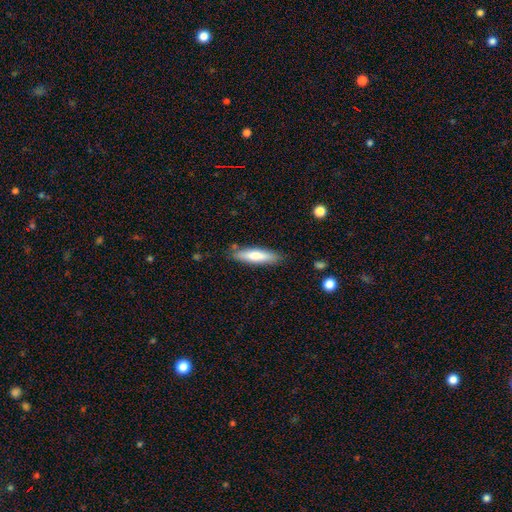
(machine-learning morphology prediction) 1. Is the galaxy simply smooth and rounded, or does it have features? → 71% smooth, 23% featured or disk, 5% star or artifact.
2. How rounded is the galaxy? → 75% cigar-shaped, 23% in between, 1% round.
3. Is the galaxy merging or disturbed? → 83% none, 12% minor disturbance, 2% merger, 2% major disturbance.